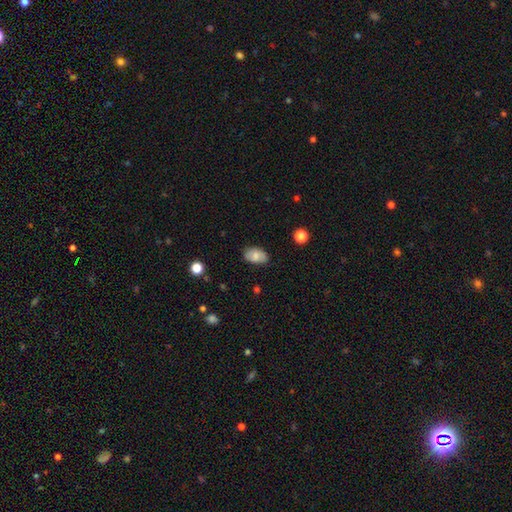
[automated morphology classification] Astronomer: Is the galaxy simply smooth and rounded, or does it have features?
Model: smooth — 79%.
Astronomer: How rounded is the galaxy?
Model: in between — 91%.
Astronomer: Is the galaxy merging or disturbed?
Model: none — 80%.